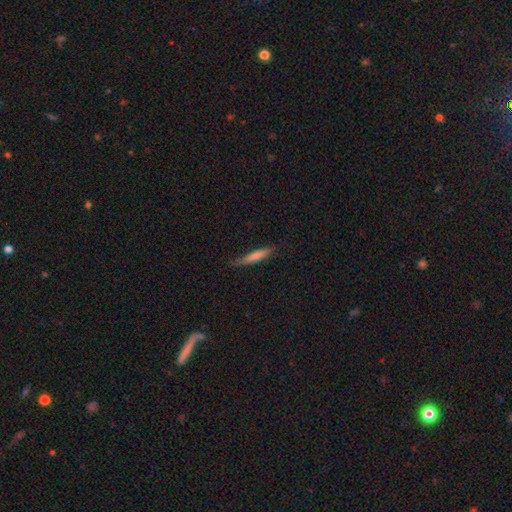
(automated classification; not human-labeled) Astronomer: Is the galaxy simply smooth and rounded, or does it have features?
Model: smooth — 63%.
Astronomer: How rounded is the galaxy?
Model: cigar-shaped — 92%.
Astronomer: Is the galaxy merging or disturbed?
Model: none — 76%.